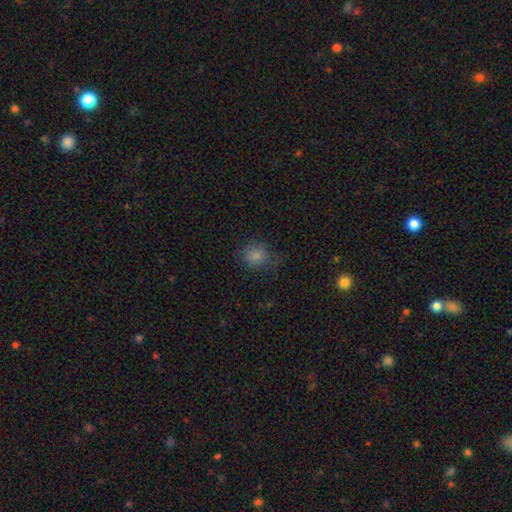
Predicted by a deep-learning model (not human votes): A smooth galaxy with no disk features (81%) that is round (75%).

Vote fractions:
- Smooth or featured? smooth: 81% / star or artifact: 13% / featured or disk: 6%
- How rounded? round: 75% / in between: 24% / cigar-shaped: 1%
- Merging? none: 69% / minor disturbance: 21% / major disturbance: 9% / merger: 1%